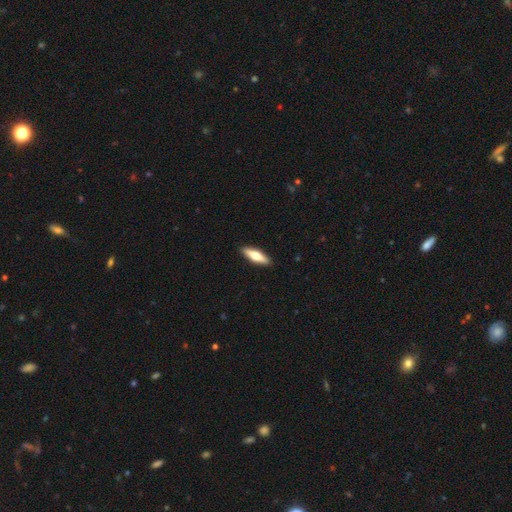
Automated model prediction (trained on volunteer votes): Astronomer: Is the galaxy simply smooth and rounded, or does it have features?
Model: smooth — 52% (runner-up: featured or disk, 43%).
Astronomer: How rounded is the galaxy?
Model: cigar-shaped — 60% (runner-up: in between, 37%).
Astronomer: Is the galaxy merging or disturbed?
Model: none — 91%.